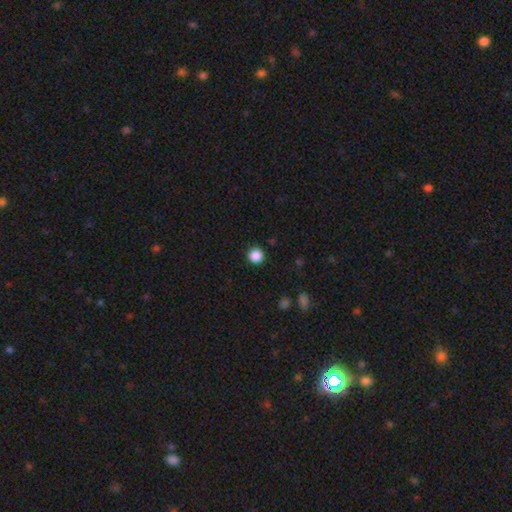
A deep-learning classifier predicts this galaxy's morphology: smooth_or_featured: smooth (p=0.87) [alt: star or artifact p=0.11]
how_rounded: round (p=0.94) [alt: in between p=0.05]
merging: none (p=0.90) [alt: minor disturbance p=0.07]